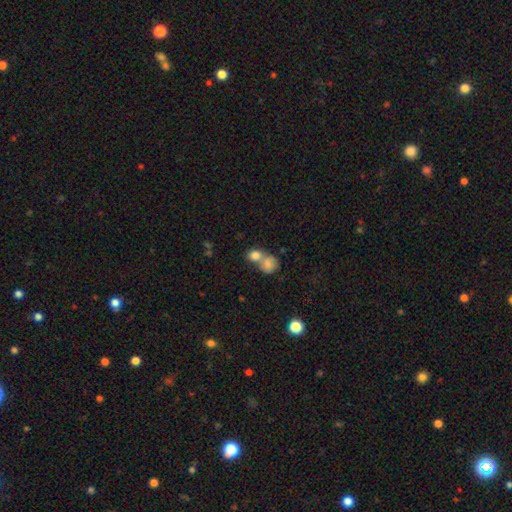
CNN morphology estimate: Smooth or featured: smooth — 80% (featured or disk — 11%)
How rounded: round — 66% (in between — 32%)
Merging: merger — 63% (none — 27%)